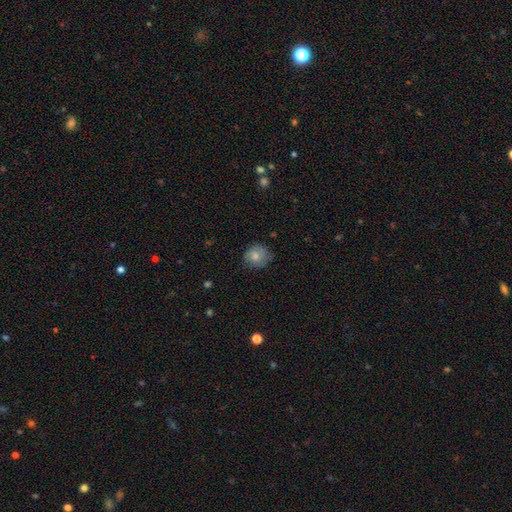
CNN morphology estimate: Smooth or featured?
  - smooth: 71% *
  - featured or disk: 21%
  - star or artifact: 9%
How rounded?
  - round: 77% *
  - in between: 22%
  - cigar-shaped: 1%
Merging?
  - none: 70% *
  - minor disturbance: 23%
  - major disturbance: 6%
  - merger: 1%